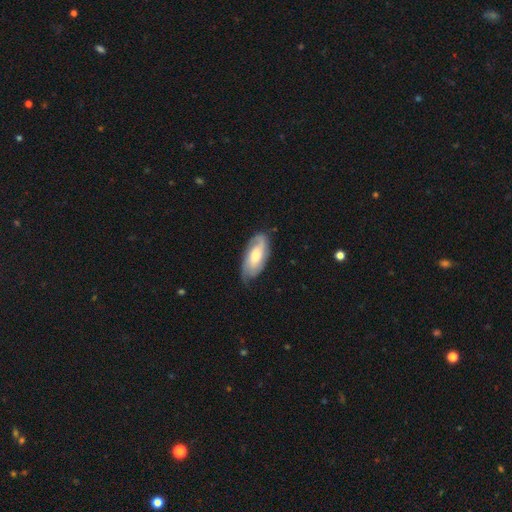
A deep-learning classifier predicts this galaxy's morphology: This appears to be a featured or disk galaxy (64%) with no bar (64%), 2 (55%) tight (48%) spiral arms (91%) and a moderate central bulge (49%). Merging: none (70%).